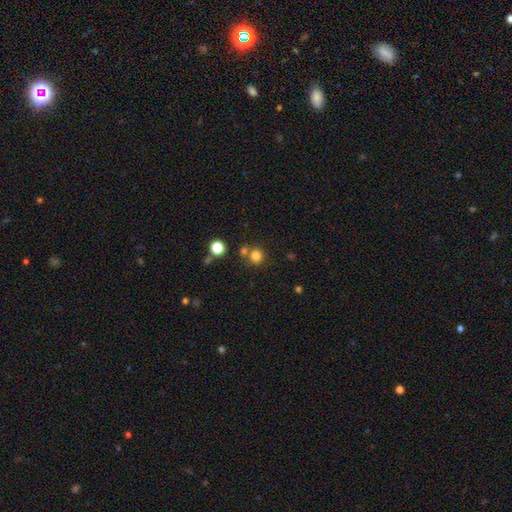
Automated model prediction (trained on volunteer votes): Smooth or featured?
  - smooth: 80% *
  - star or artifact: 14%
  - featured or disk: 6%
How rounded?
  - round: 90% *
  - in between: 9%
  - cigar-shaped: 1%
Merging?
  - none: 68% *
  - merger: 20%
  - minor disturbance: 8%
  - major disturbance: 3%